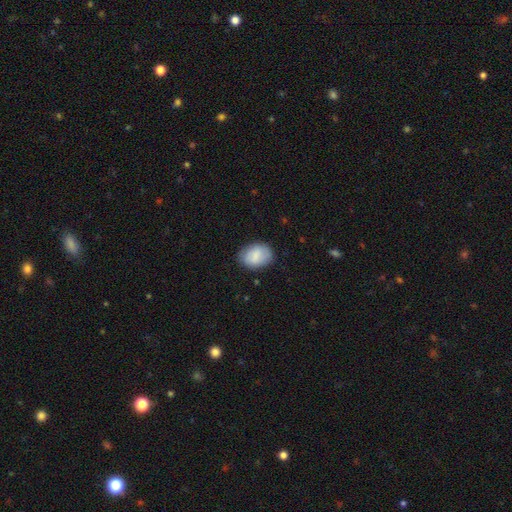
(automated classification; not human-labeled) A smooth galaxy with no disk features (79%) that is in between round and cigar-shaped (74%). Merging: none (79%).